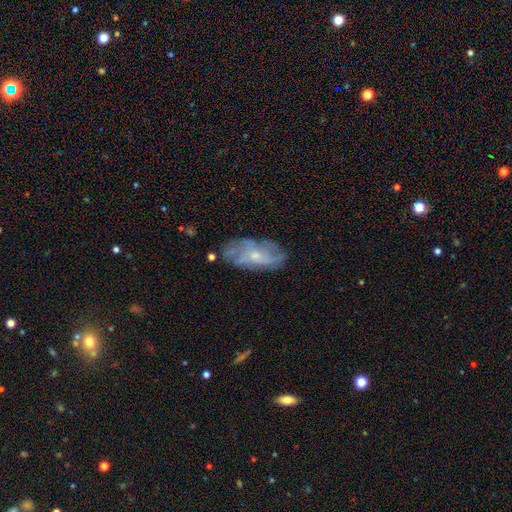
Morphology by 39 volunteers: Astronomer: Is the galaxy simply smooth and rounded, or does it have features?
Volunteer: featured or disk — 72%.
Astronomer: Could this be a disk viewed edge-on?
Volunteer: no — 93%.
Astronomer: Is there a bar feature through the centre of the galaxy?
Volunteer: no — 73%.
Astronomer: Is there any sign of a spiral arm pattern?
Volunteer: yes — 62% (runner-up: no, 38%).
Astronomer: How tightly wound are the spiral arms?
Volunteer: medium — 38% (runner-up: tight, 31%).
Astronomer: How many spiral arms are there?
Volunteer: can't tell — 50%.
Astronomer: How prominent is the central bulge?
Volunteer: small — 62%.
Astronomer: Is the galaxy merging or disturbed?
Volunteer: none — 69%.